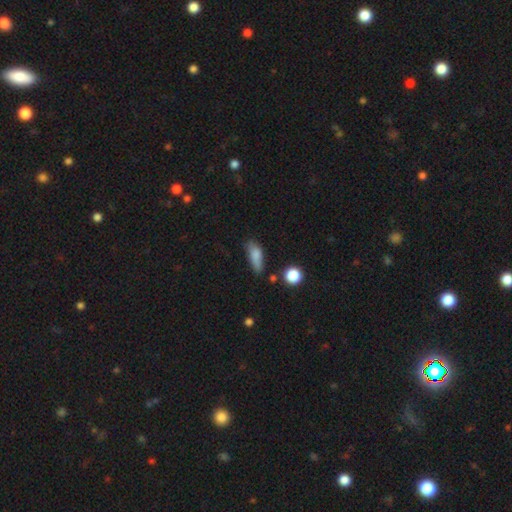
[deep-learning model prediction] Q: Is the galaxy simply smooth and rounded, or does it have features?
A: smooth — 79%.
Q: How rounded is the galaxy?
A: in between — 61%.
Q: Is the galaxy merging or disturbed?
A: none — 50%.